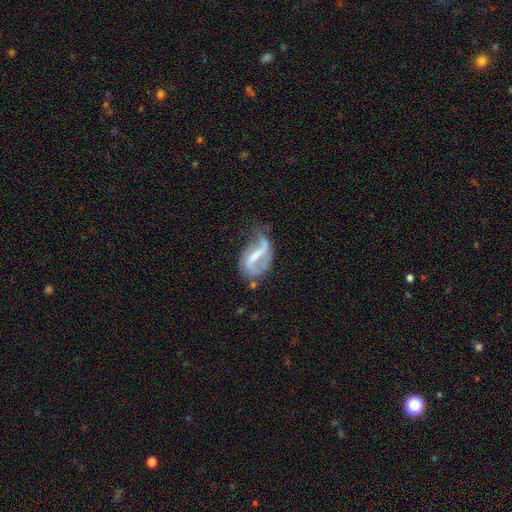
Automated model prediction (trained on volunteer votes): Smooth or featured? Predicted: featured or disk (p=0.73). Edge-on disk? Predicted: no (p=0.96). Bar? Predicted: strong (p=0.48). Spiral arms? Predicted: yes (p=0.79). Spiral winding? Predicted: loose (p=0.57). Spiral arm count? Predicted: 2 (p=0.65). Bulge size? Predicted: small (p=0.40). Merging? Predicted: none (p=0.34).